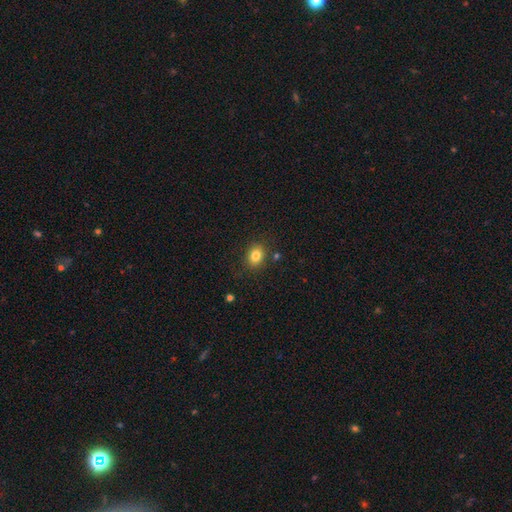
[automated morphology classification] Q: Smooth or featured?
A: smooth (82%); runner-up: star or artifact (11%)
Q: How rounded?
A: in between (51%); runner-up: round (48%)
Q: Merging?
A: none (84%); runner-up: minor disturbance (10%)